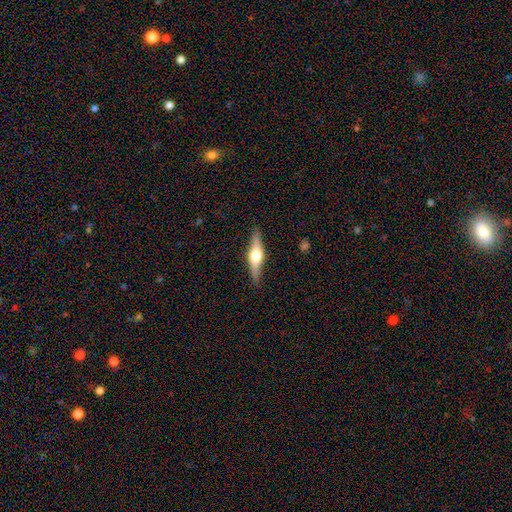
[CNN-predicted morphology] smooth-or-featured: featured or disk: 71% | smooth: 24% | star or artifact: 5%
  disk-edge-on: yes: 97% | no: 3%
    edge-on-bulge: rounded: 94% | boxy: 4% | none: 2%
  merging: none: 89% | minor disturbance: 8% | major disturbance: 2% | merger: 1%